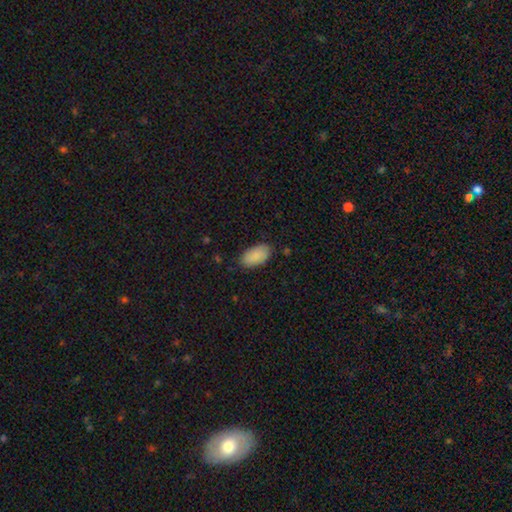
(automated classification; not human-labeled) The model was most divided on "merging": none: 83%, minor disturbance: 13%, major disturbance: 3%, merger: 1%. More confident: how rounded — in between (95%); smooth or featured — smooth (89%).